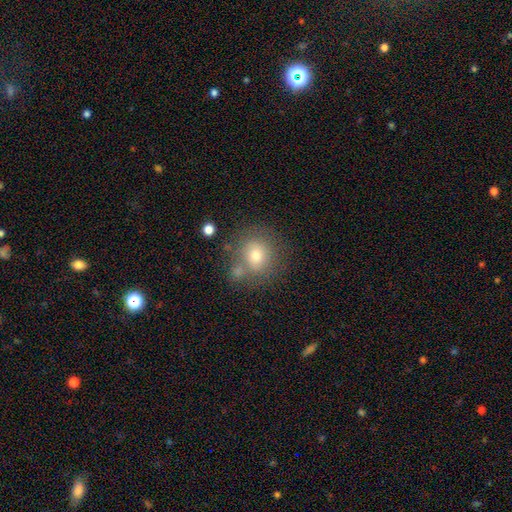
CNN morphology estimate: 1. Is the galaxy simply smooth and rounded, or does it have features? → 72% smooth, 15% featured or disk, 13% star or artifact.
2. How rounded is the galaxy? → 86% round, 13% in between, 1% cigar-shaped.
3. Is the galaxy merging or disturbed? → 68% none, 14% merger, 13% minor disturbance, 5% major disturbance.